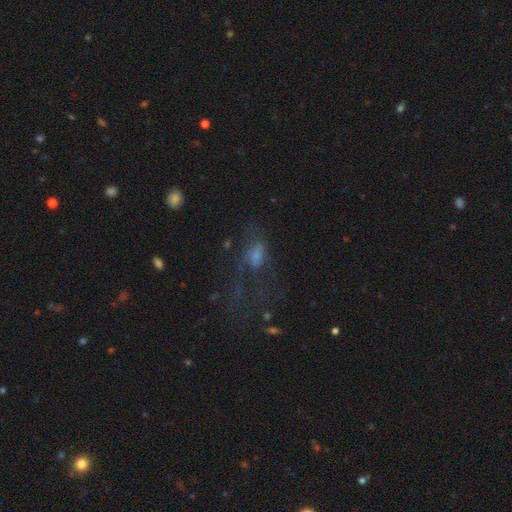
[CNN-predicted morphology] A smooth galaxy with no disk features (52%) that is in between round and cigar-shaped (79%). Merging: major disturbance (50%).